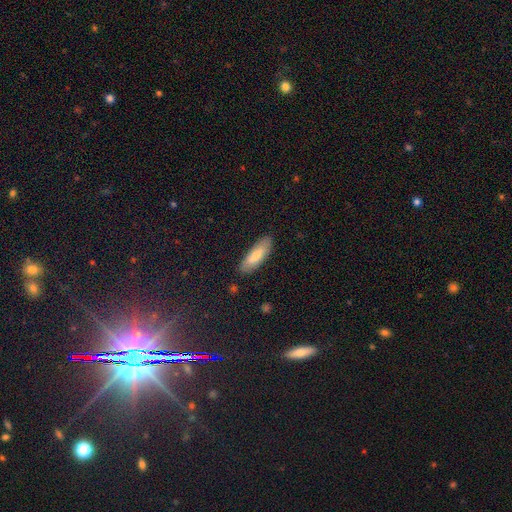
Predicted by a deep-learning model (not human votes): Morphology: type=smooth (73%); roundness=in between (56%); merging=none (86%).